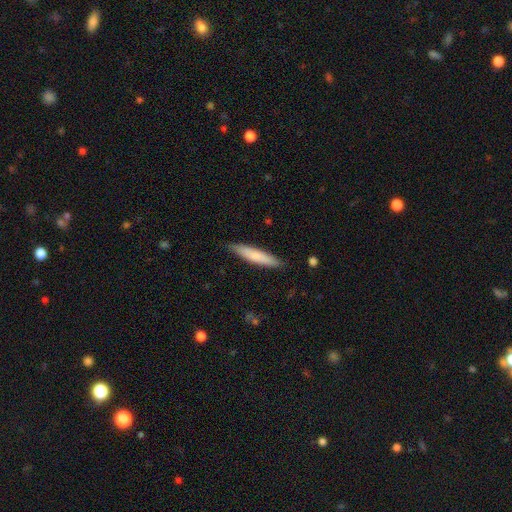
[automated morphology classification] A smooth galaxy with no disk features (75%) that is cigar-shaped (88%). Merging: none (87%).